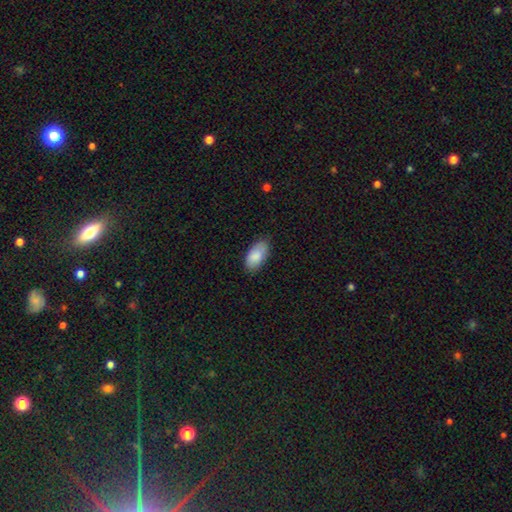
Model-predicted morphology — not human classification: Q: Smooth or featured?
A: smooth (87%); runner-up: featured or disk (7%)
Q: How rounded?
A: in between (94%); runner-up: cigar-shaped (3%)
Q: Merging?
A: none (81%); runner-up: minor disturbance (15%)